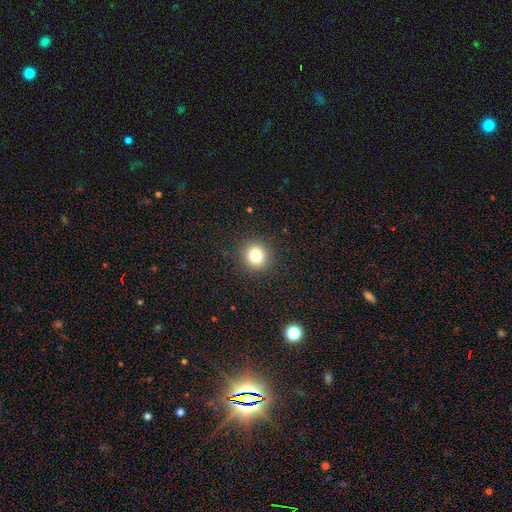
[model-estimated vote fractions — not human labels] Overall: smooth (80%). How rounded: round (91%). Merging: none (91%).